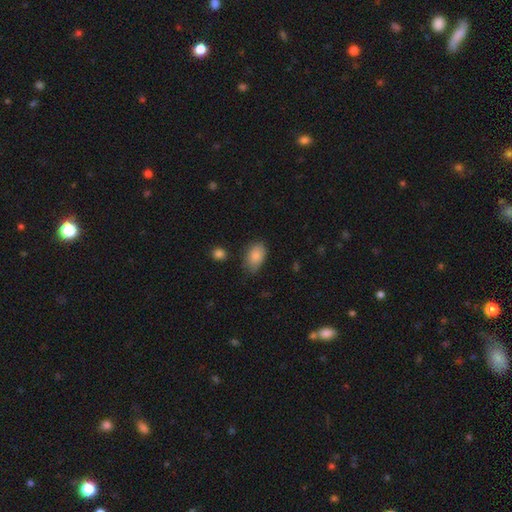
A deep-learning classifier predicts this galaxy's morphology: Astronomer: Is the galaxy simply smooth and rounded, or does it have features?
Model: smooth — 85%.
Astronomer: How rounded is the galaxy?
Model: in between — 88%.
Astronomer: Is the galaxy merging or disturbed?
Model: none — 67%.